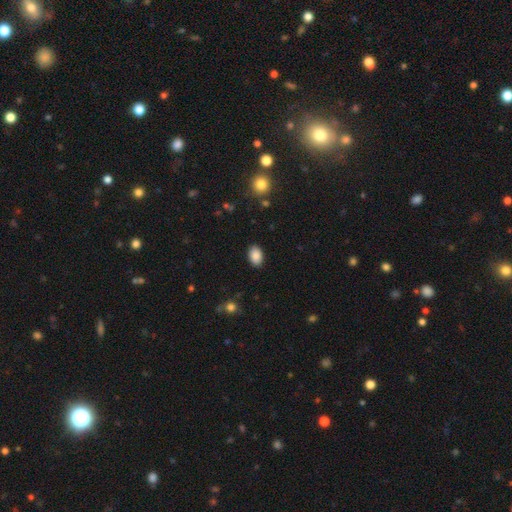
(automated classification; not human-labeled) smooth-or-featured: smooth: 88% | star or artifact: 8% | featured or disk: 4%
  how-rounded: in between: 87% | round: 11% | cigar-shaped: 1%
  merging: none: 88% | minor disturbance: 8% | major disturbance: 2% | merger: 1%